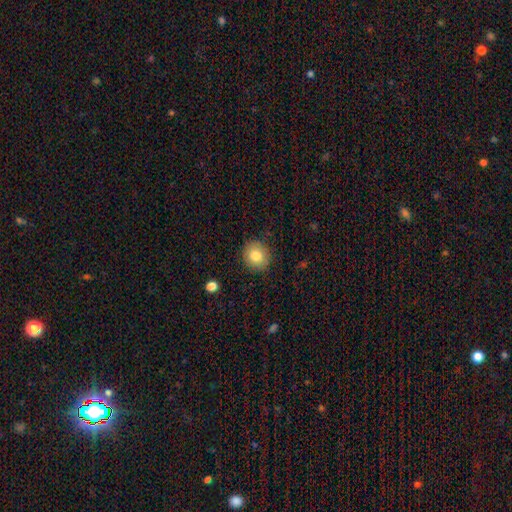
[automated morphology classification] Overall: smooth (82%). How rounded: round (81%). Merging: none (88%).